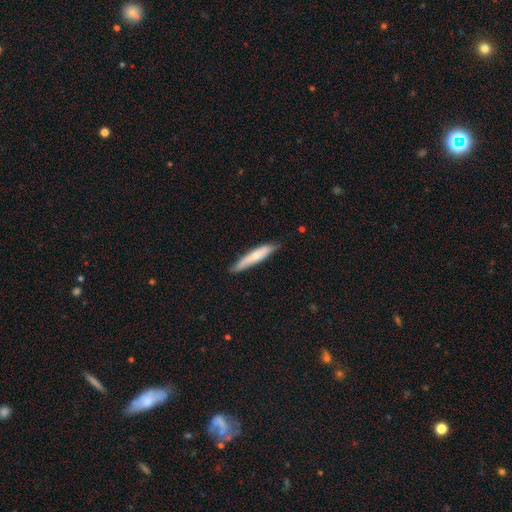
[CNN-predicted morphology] This is likely a smooth galaxy (60%). How rounded: clearly cigar-shaped (88%). Merging: likely none (80%).